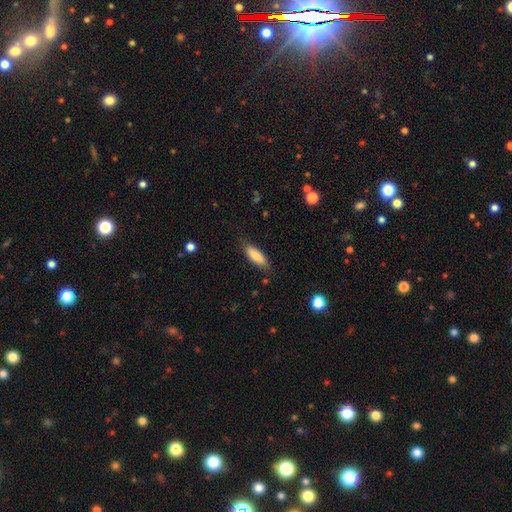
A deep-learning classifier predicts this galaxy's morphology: smooth-or-featured: smooth: 85% | featured or disk: 9% | star or artifact: 6%
  how-rounded: in between: 64% | cigar-shaped: 34% | round: 2%
  merging: none: 78% | minor disturbance: 17% | major disturbance: 4% | merger: 2%